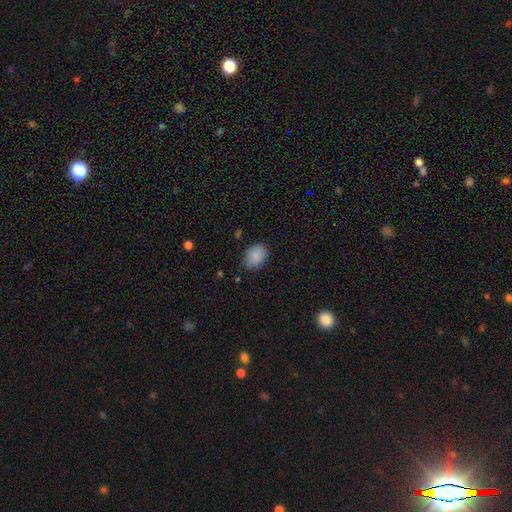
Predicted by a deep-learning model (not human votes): Smooth or featured?
  - smooth: 88% *
  - star or artifact: 8%
  - featured or disk: 4%
How rounded?
  - in between: 76% *
  - round: 23%
  - cigar-shaped: 1%
Merging?
  - none: 81% *
  - minor disturbance: 15%
  - major disturbance: 3%
  - merger: 1%